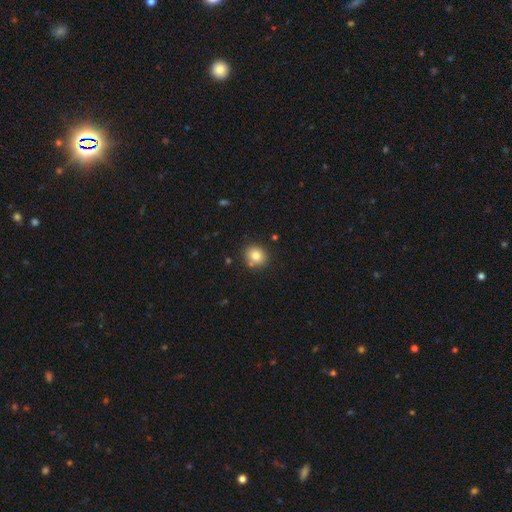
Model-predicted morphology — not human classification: Smooth or featured?
  - smooth: 81% *
  - star or artifact: 11%
  - featured or disk: 9%
How rounded?
  - round: 79% *
  - in between: 20%
  - cigar-shaped: 1%
Merging?
  - none: 82% *
  - minor disturbance: 9%
  - merger: 6%
  - major disturbance: 2%